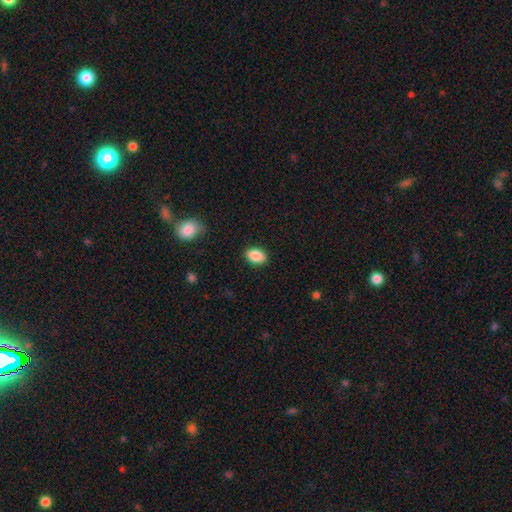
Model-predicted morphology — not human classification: This appears to be a smooth galaxy with no disk features (88%) that is in between round and cigar-shaped (85%). Merging: none (88%).